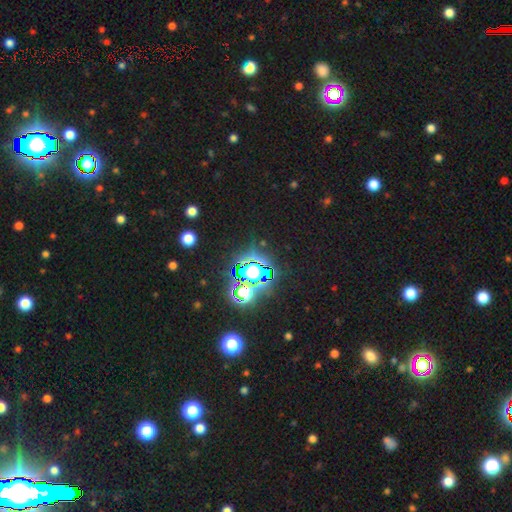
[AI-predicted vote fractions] smooth_or_featured: star or artifact (p=0.82) [alt: smooth p=0.11]